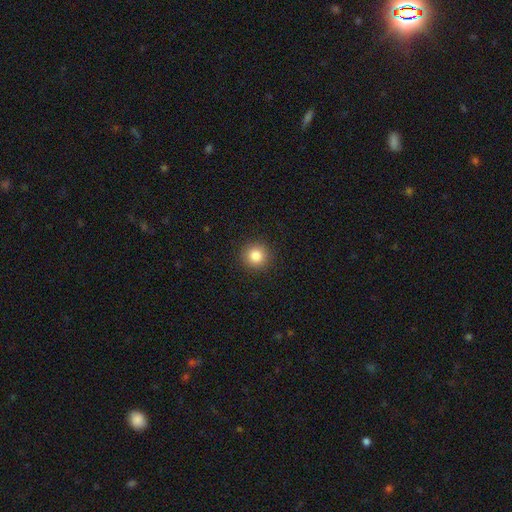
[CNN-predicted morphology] Smooth or featured?
  - smooth: 85% *
  - star or artifact: 10%
  - featured or disk: 5%
How rounded?
  - round: 95% *
  - in between: 5%
  - cigar-shaped: 1%
Merging?
  - none: 92% *
  - minor disturbance: 5%
  - major disturbance: 2%
  - merger: 1%